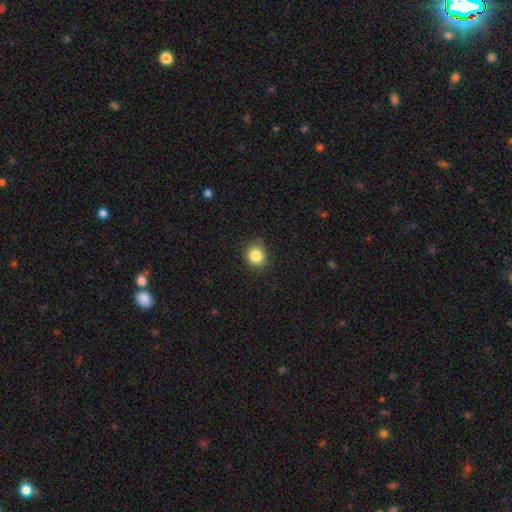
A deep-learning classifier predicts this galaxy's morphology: type=smooth (84%); roundness=round (84%); merging=none (82%).